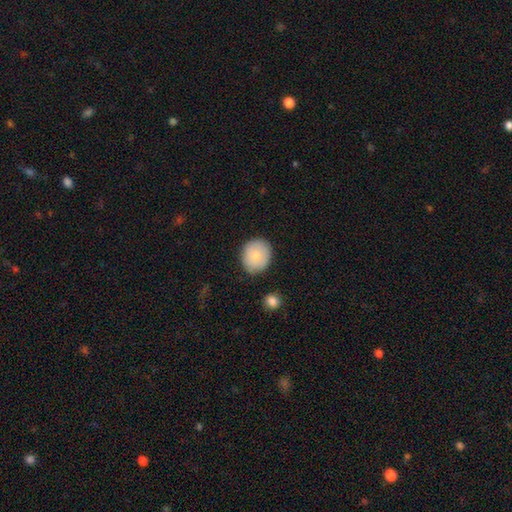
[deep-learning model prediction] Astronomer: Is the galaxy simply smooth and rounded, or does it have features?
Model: smooth — 78%.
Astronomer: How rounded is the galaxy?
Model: round — 76%.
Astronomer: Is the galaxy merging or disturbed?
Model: none — 82%.